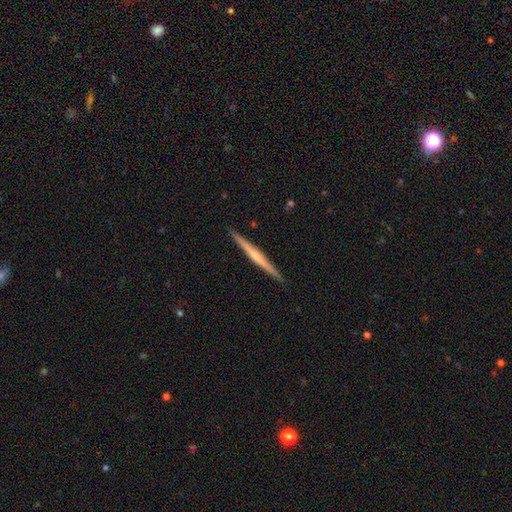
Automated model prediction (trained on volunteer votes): Morphology: type=featured or disk (68%); edge-on=yes (98%); edge-on bulge=rounded (52%); merging=none (92%).